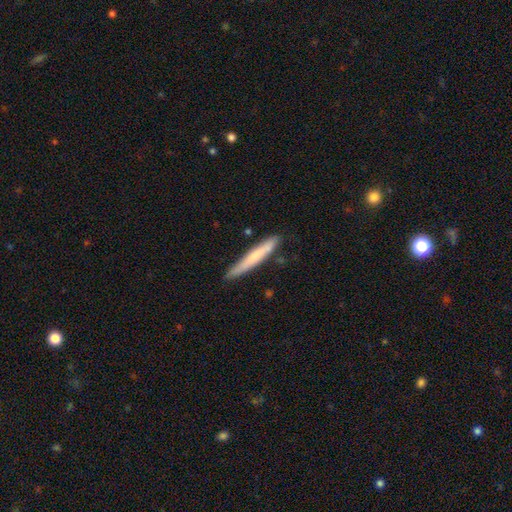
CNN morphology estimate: Q: Smooth or featured?
A: smooth (61%); runner-up: featured or disk (33%)
Q: How rounded?
A: cigar-shaped (95%); runner-up: in between (4%)
Q: Merging?
A: none (80%); runner-up: minor disturbance (15%)